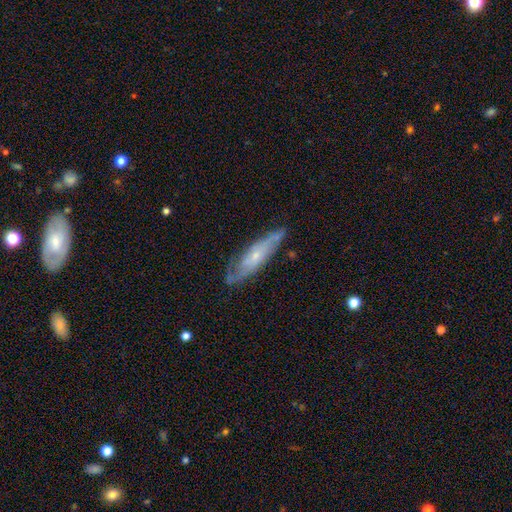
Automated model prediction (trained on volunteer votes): smooth-or-featured: featured or disk: 70% | smooth: 24% | star or artifact: 6%
  disk-edge-on: no: 69% | yes: 31%
  merging: none: 72% | minor disturbance: 20% | major disturbance: 6% | merger: 2%